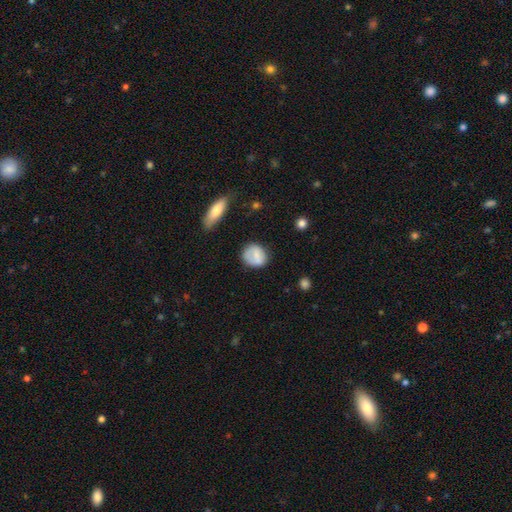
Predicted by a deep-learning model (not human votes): Smooth or featured: smooth — 73% (featured or disk — 19%)
How rounded: round — 68% (in between — 31%)
Merging: none — 72% (minor disturbance — 19%)